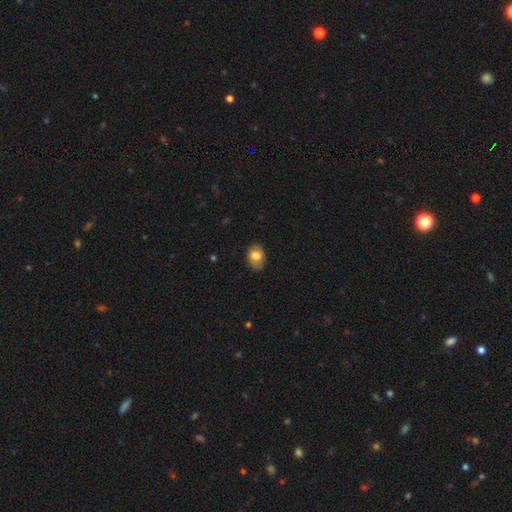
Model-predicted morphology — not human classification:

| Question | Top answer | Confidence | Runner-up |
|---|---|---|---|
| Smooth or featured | smooth | 78% | featured or disk (15%) |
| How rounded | in between | 71% | round (27%) |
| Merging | none | 70% | minor disturbance (23%) |